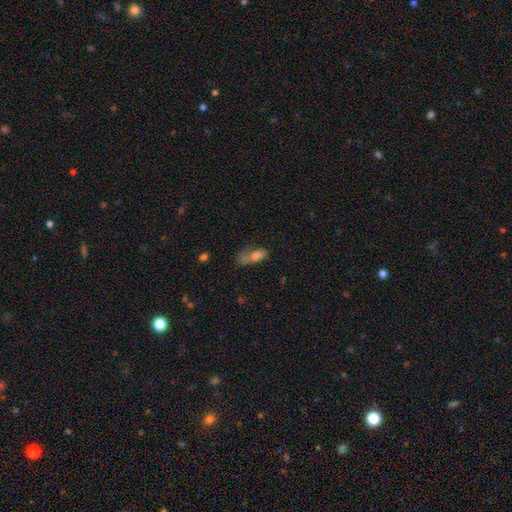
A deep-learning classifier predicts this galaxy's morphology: This appears to be a smooth galaxy with no disk features (63%) that is in between round and cigar-shaped (78%). Merging: none (30%).